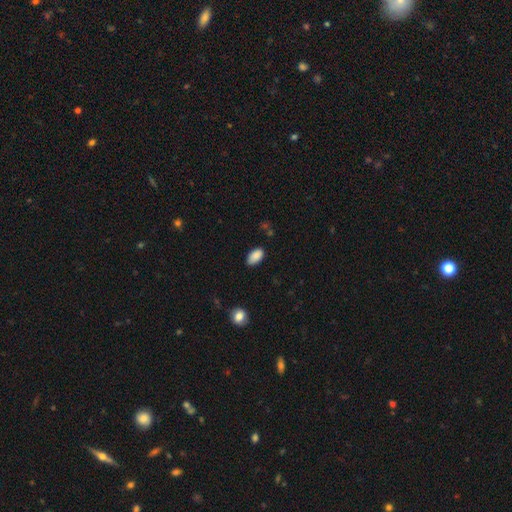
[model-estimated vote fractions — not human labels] Overall: smooth (88%). How rounded: in between (94%). Merging: none (79%).